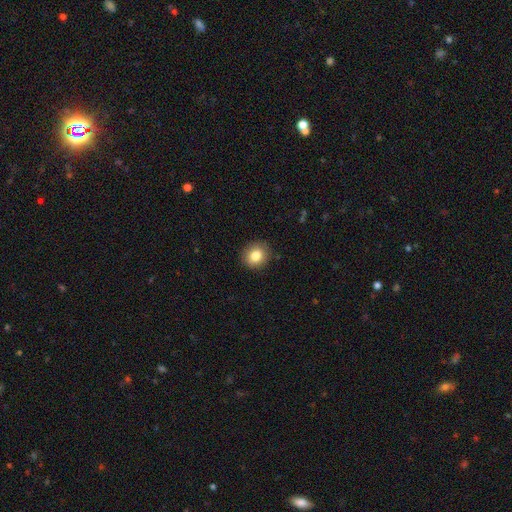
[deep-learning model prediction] Morphology: type=smooth (83%); roundness=round (80%); merging=none (90%).